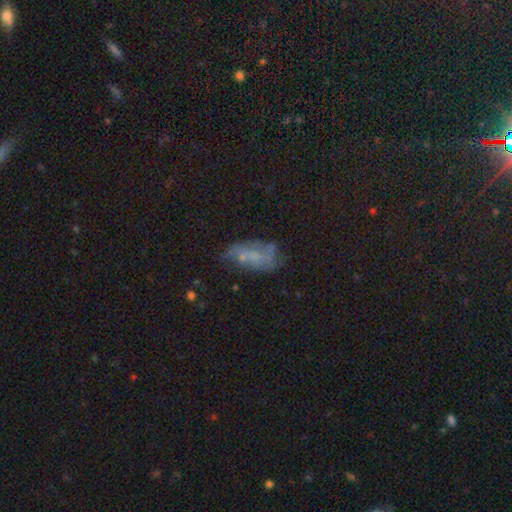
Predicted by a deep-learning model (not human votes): This is marginally a featured or disk galaxy (41%). Merging: marginally none (42%).